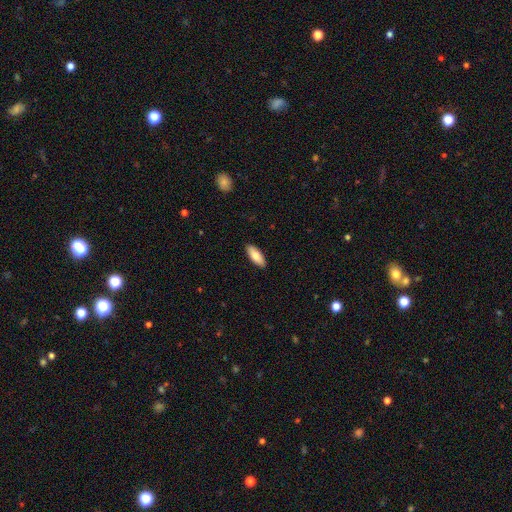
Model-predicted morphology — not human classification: Smooth or featured? smooth (80%)
How rounded? in between (76%)
Merging? none (90%)